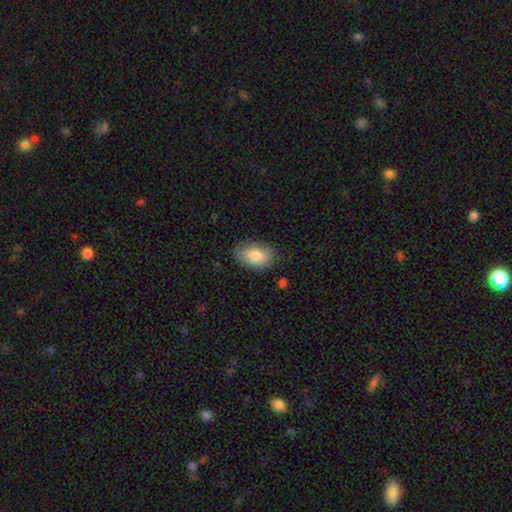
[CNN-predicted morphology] Smooth or featured? smooth (79%)
How rounded? in between (91%)
Merging? none (78%)